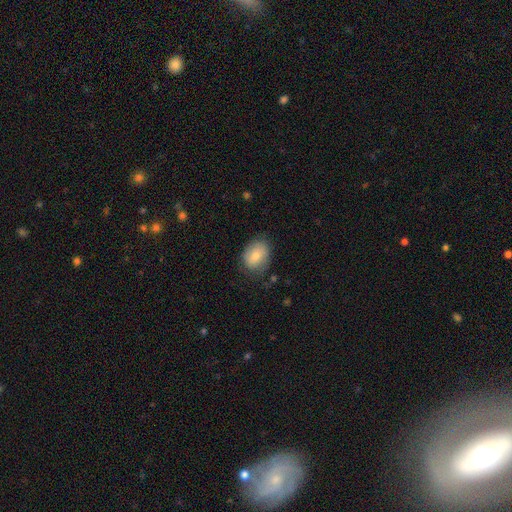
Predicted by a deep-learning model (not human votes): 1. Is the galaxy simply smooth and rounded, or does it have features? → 79% smooth, 13% featured or disk, 7% star or artifact.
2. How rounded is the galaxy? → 67% in between, 32% round, 1% cigar-shaped.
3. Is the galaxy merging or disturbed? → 72% none, 21% minor disturbance, 6% major disturbance, 1% merger.